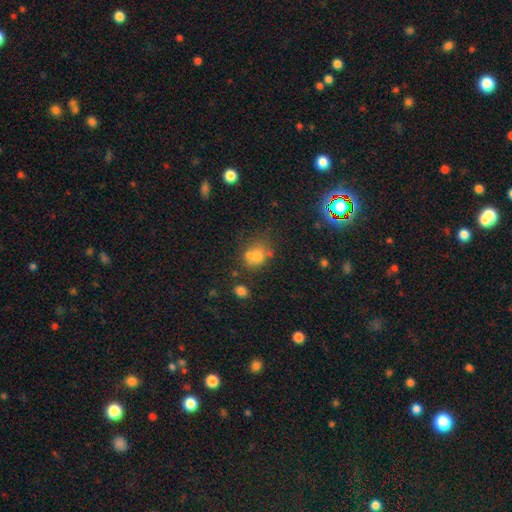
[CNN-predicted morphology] smooth-or-featured: smooth: 60% | star or artifact: 23% | featured or disk: 16%
  how-rounded: round: 67% | in between: 32% | cigar-shaped: 1%
  merging: none: 45% | merger: 38% | minor disturbance: 12% | major disturbance: 6%